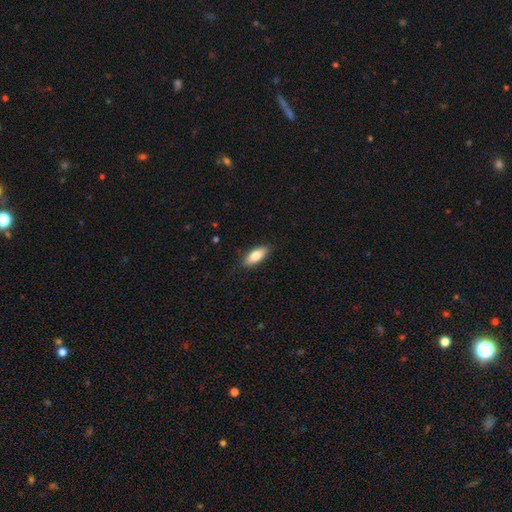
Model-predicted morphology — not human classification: Smooth or featured? smooth (80%)
How rounded? in between (78%)
Merging? none (87%)